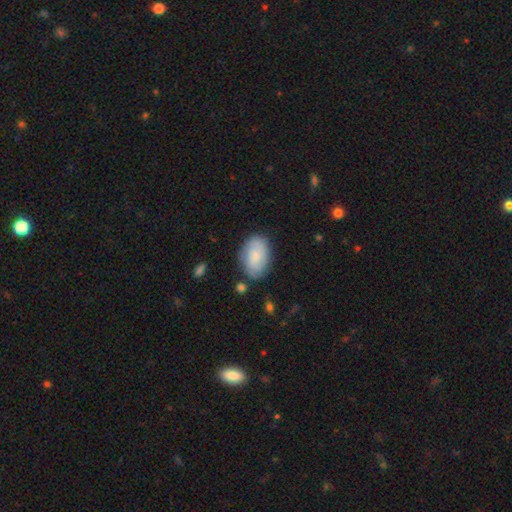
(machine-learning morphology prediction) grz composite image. It shows a smooth galaxy with no disk features (55%) that is in between round and cigar-shaped (88%). Merging: none (79%).